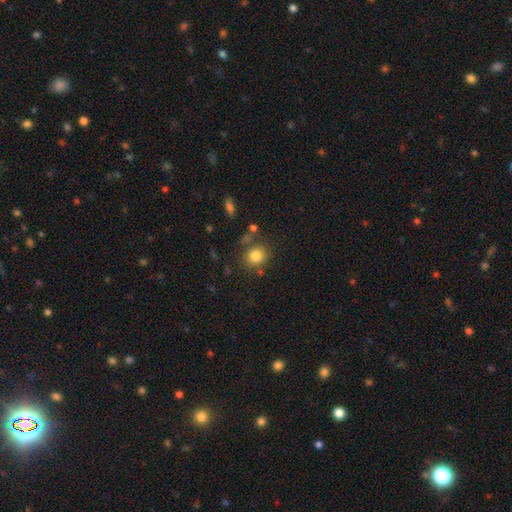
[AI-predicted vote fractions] This is clearly a smooth galaxy (82%). How rounded: clearly round (84%). Merging: likely none (77%).